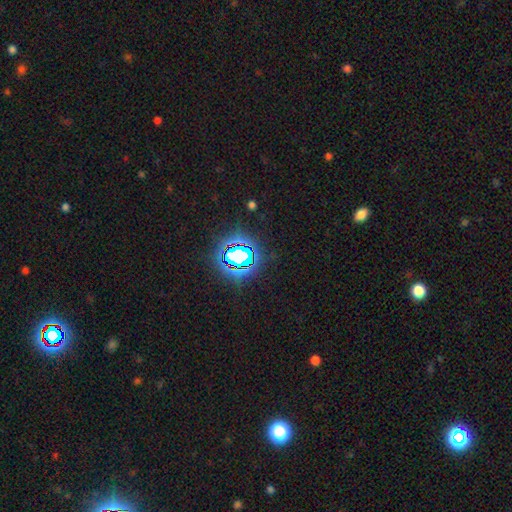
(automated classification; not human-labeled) star or artifact 82%, smooth 12%, featured or disk 7%.